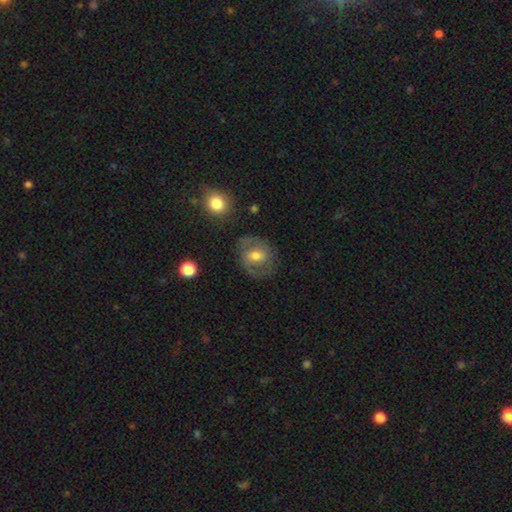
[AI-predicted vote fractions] featured or disk 53%, smooth 39%, star or artifact 8%. Down the decision tree: edge-on disk — no (96%); bar — weak (42%); spiral arms — yes (69%); bulge size — moderate (69%); merging — none (73%).